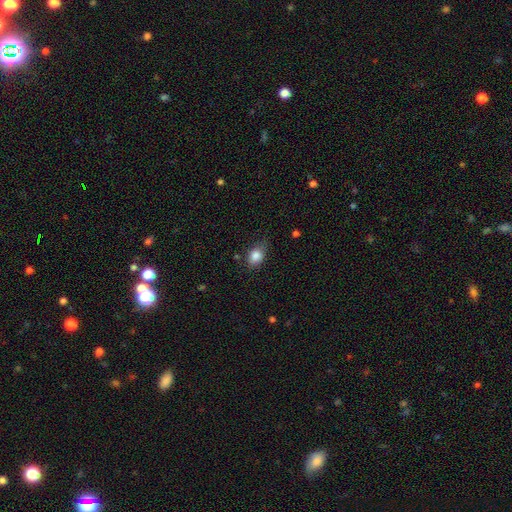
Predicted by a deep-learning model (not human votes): smooth-or-featured: smooth: 84% | star or artifact: 9% | featured or disk: 7%
  how-rounded: in between: 69% | round: 30% | cigar-shaped: 2%
  merging: none: 64% | minor disturbance: 28% | major disturbance: 6% | merger: 2%